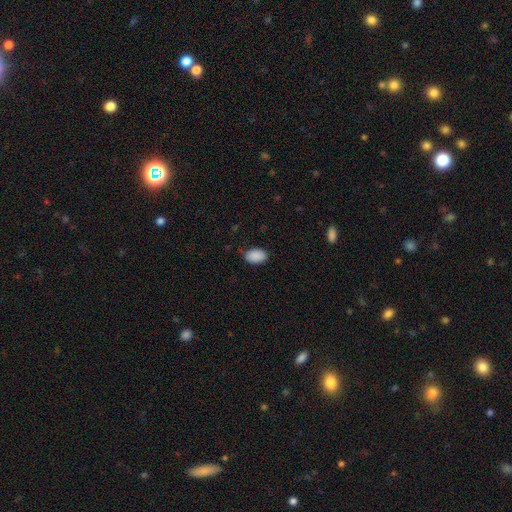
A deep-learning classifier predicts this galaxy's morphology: Smooth or featured: smooth — 90% (star or artifact — 7%)
How rounded: in between — 89% (round — 10%)
Merging: none — 81% (minor disturbance — 15%)